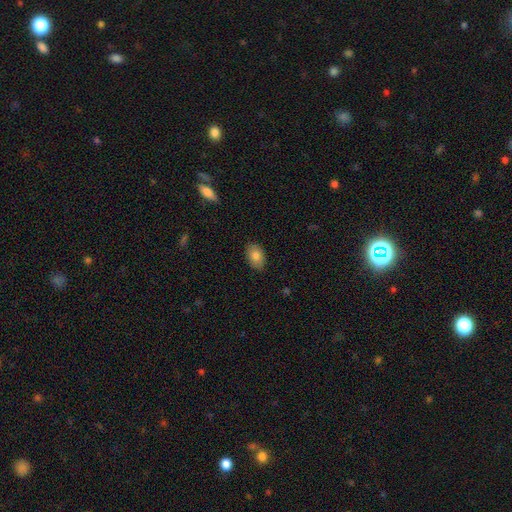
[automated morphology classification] Smooth or featured? Predicted: smooth (p=0.82). How rounded? Predicted: in between (p=0.89). Merging? Predicted: none (p=0.86).